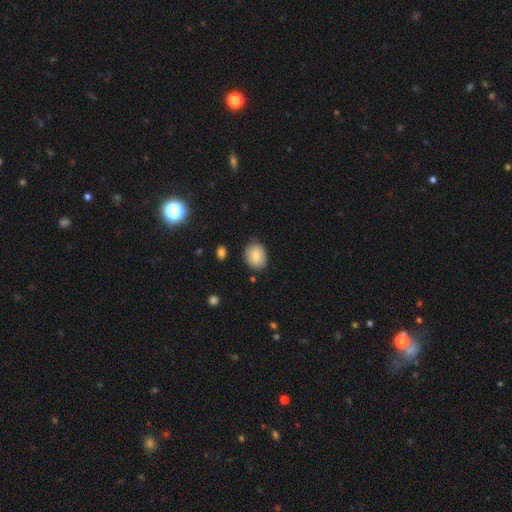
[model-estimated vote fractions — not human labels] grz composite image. It shows a smooth galaxy with no disk features (80%) that is round (61%). Merging: none (79%).